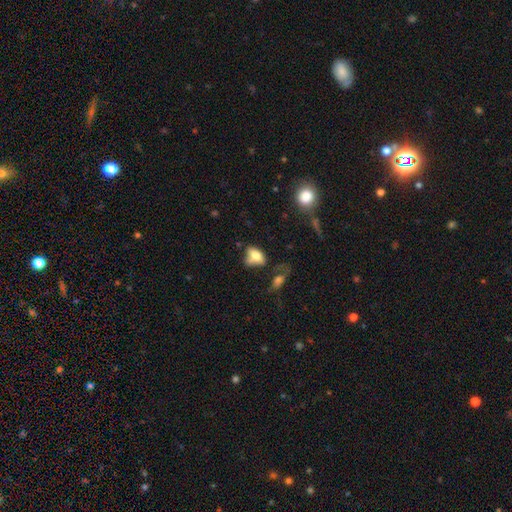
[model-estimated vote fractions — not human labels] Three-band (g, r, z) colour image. It shows a smooth galaxy with no disk features (70%) that is in between round and cigar-shaped (83%). Merging: none (31%).